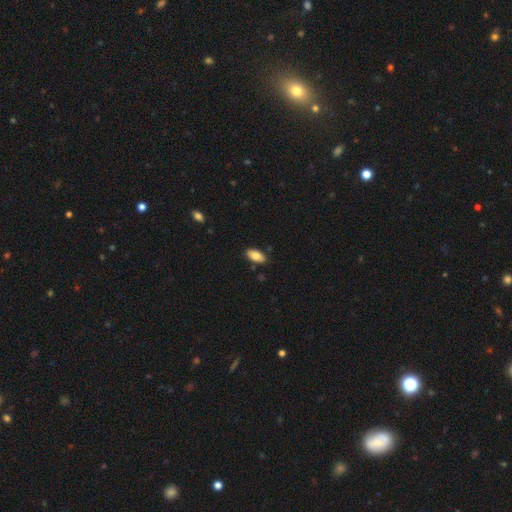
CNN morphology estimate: A smooth galaxy with no disk features (83%) that is in between round and cigar-shaped (92%). Merging: none (85%).